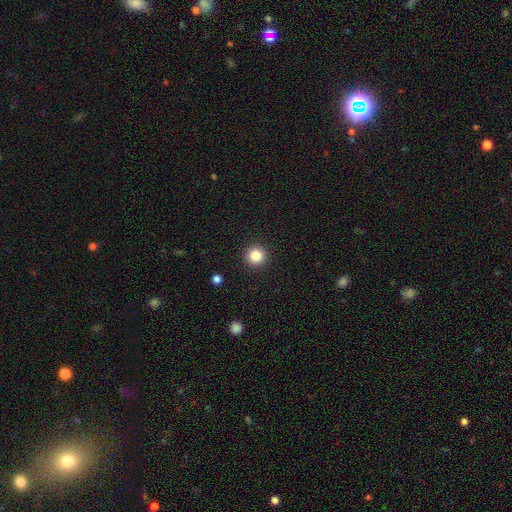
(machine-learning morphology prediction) This appears to be a smooth galaxy with no disk features (84%) that is round (95%). Merging: none (92%).